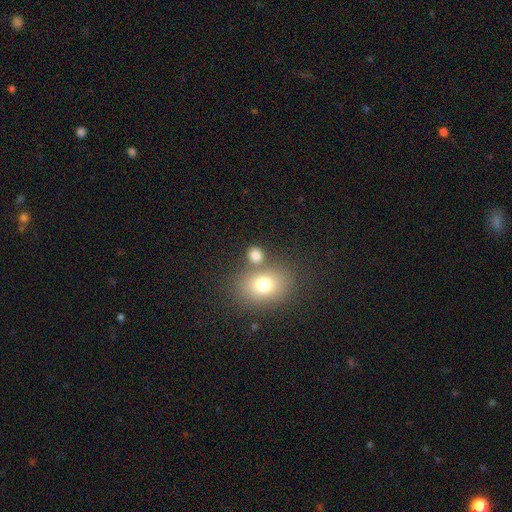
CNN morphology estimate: Smooth or featured: smooth — 78% (star or artifact — 12%)
How rounded: round — 61% (in between — 38%)
Merging: none — 63% (merger — 23%)